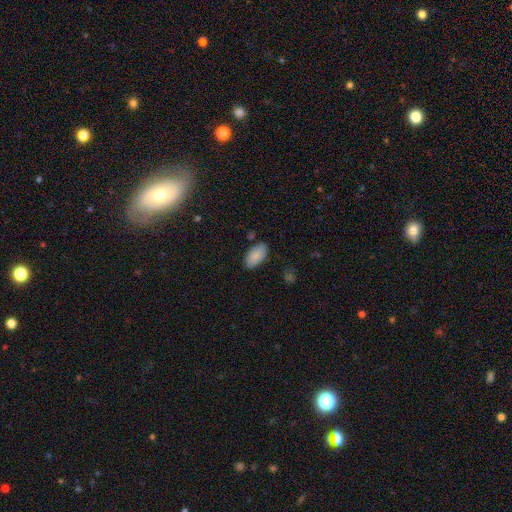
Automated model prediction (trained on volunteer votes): Q: Smooth or featured?
A: smooth (88%); runner-up: star or artifact (6%)
Q: How rounded?
A: in between (95%); runner-up: cigar-shaped (3%)
Q: Merging?
A: none (80%); runner-up: minor disturbance (14%)